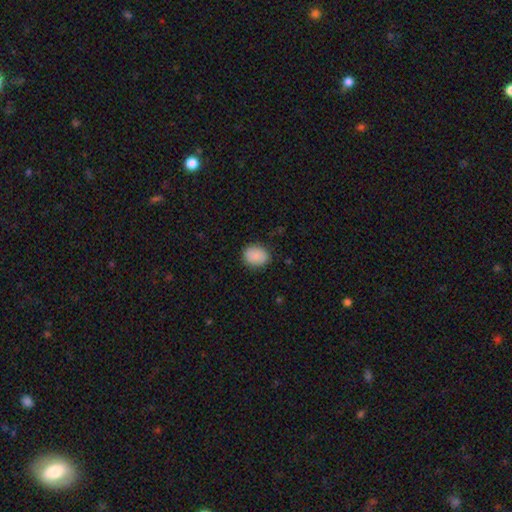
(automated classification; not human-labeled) smooth 89%, star or artifact 8%, featured or disk 4%. Down the decision tree: how rounded — round (56%); merging — none (87%).